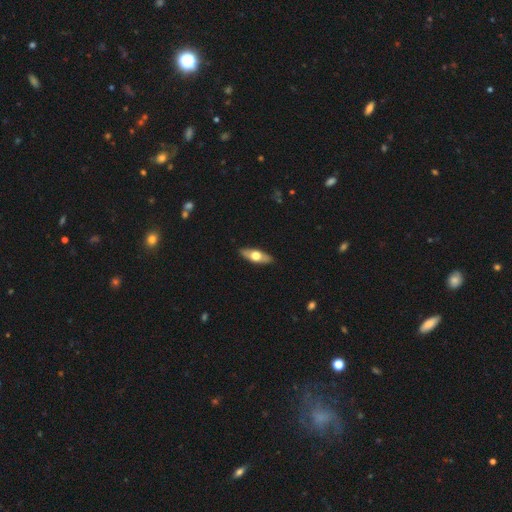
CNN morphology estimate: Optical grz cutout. It shows a smooth galaxy with no disk features (48%). Merging: none (89%).